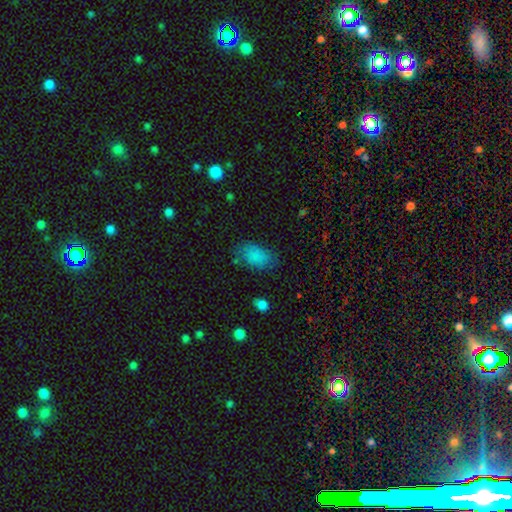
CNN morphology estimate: Smooth or featured: smooth — 84% (star or artifact — 9%)
How rounded: in between — 92% (round — 7%)
Merging: none — 71% (minor disturbance — 21%)